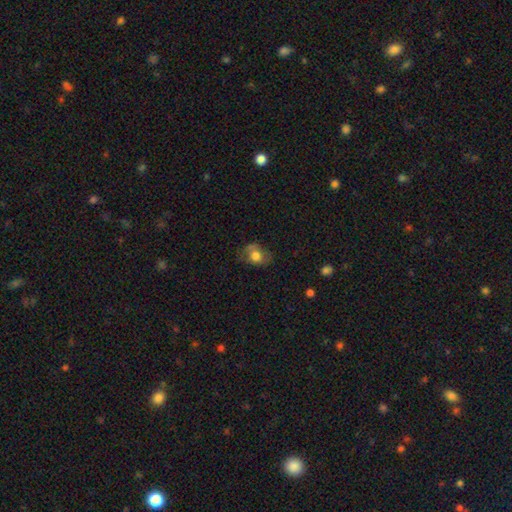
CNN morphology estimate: Q: Smooth or featured?
A: smooth (69%); runner-up: featured or disk (23%)
Q: How rounded?
A: in between (59%); runner-up: round (39%)
Q: Merging?
A: none (57%); runner-up: minor disturbance (28%)